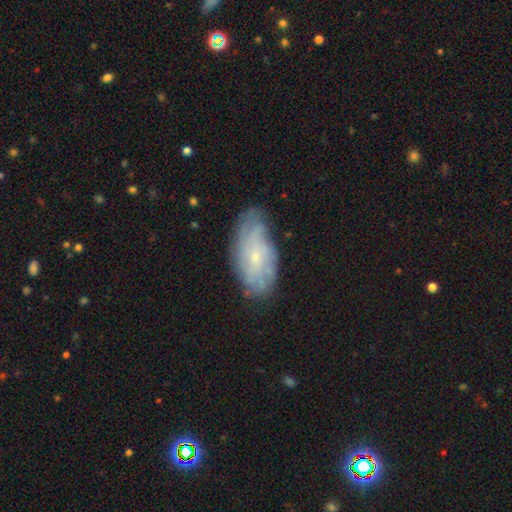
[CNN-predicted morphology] Q: Smooth or featured?
A: featured or disk (67%); runner-up: smooth (25%)
Q: Edge-on disk?
A: no (93%); runner-up: yes (7%)
Q: Bar?
A: no (72%); runner-up: weak (24%)
Q: Spiral arms?
A: yes (86%); runner-up: no (14%)
Q: Spiral winding?
A: tight (60%); runner-up: medium (28%)
Q: Spiral arm count?
A: can't tell (58%); runner-up: 4 (12%)
Q: Bulge size?
A: small (76%); runner-up: moderate (19%)
Q: Merging?
A: none (72%); runner-up: minor disturbance (20%)